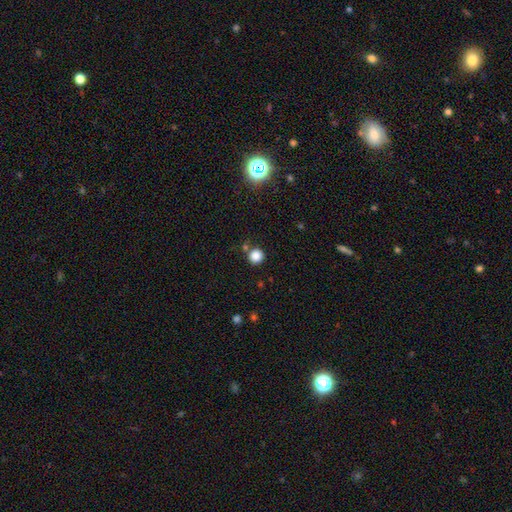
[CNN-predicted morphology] A smooth galaxy with no disk features (85%) that is round (93%).

Vote fractions:
- Smooth or featured? smooth: 85% / star or artifact: 12% / featured or disk: 4%
- How rounded? round: 93% / in between: 6% / cigar-shaped: 1%
- Merging? none: 78% / merger: 10% / minor disturbance: 9% / major disturbance: 3%